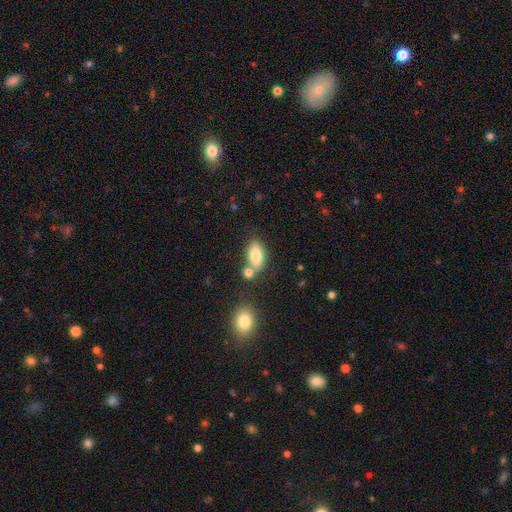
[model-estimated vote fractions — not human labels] A smooth galaxy with no disk features (81%) that is in between round and cigar-shaped (89%).

Vote fractions:
- Smooth or featured? smooth: 81% / featured or disk: 12% / star or artifact: 8%
- How rounded? in between: 89% / round: 6% / cigar-shaped: 4%
- Merging? none: 60% / merger: 24% / minor disturbance: 13% / major disturbance: 4%